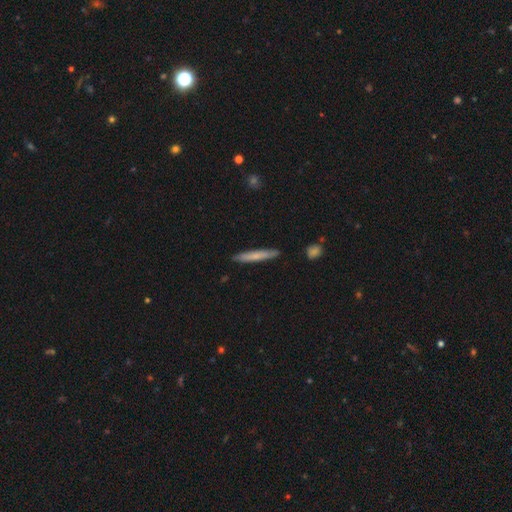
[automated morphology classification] A smooth galaxy with no disk features (67%) that is cigar-shaped (94%). Merging: none (88%).